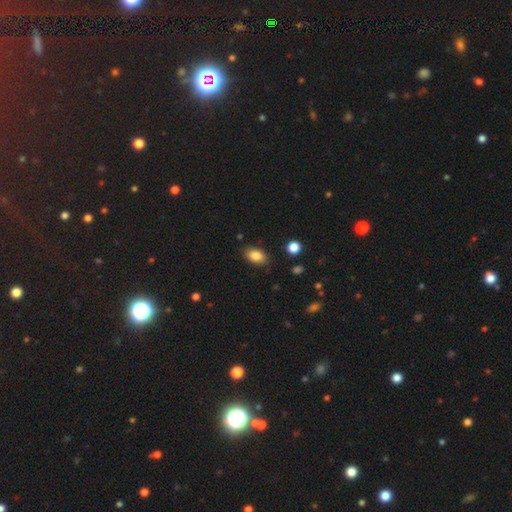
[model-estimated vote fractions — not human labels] Overall: smooth (85%). How rounded: in between (88%). Merging: none (84%).